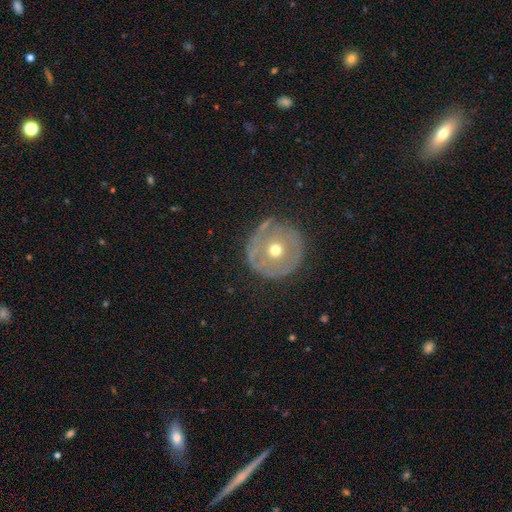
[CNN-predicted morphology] Smooth or featured?
  - featured or disk: 55% *
  - smooth: 36%
  - star or artifact: 9%
Edge-on disk?
  - no: 93% *
  - yes: 7%
Bar?
  - no: 84% *
  - weak: 11%
  - strong: 5%
Spiral arms?
  - no: 75% *
  - yes: 25%
Bulge size?
  - moderate: 70% *
  - small: 25%
  - large: 3%
  - dominant: 1%
  - none: 1%
Merging?
  - none: 82% *
  - minor disturbance: 12%
  - major disturbance: 5%
  - merger: 1%